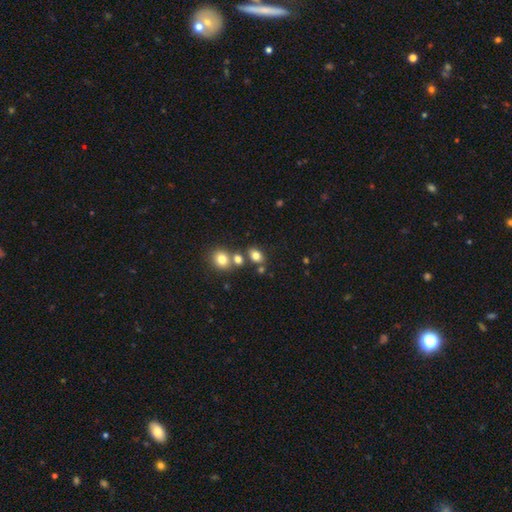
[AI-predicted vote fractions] smooth_or_featured: smooth (p=0.78) [alt: star or artifact p=0.12]
how_rounded: in between (p=0.66) [alt: round p=0.32]
merging: none (p=0.63) [alt: merger p=0.22]